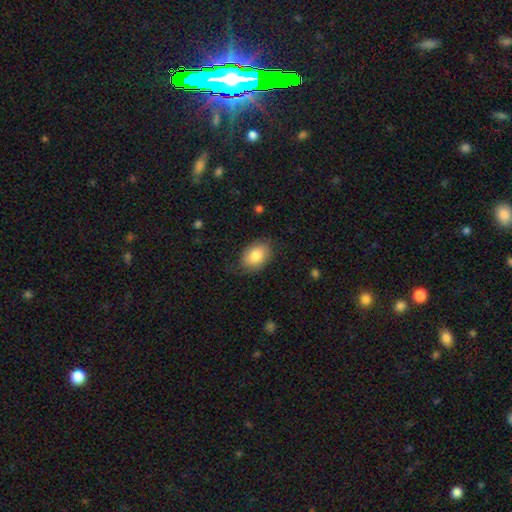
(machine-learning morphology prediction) The model was most divided on "merging": none: 77%, minor disturbance: 17%, major disturbance: 5%, merger: 1%. More confident: how rounded — in between (83%); smooth or featured — smooth (82%).